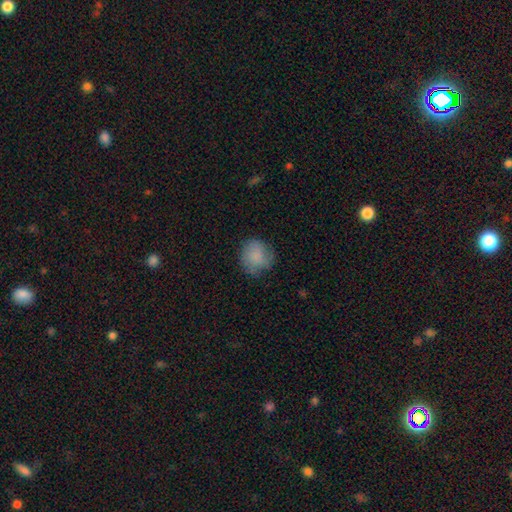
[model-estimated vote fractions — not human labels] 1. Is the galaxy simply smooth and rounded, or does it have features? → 81% smooth, 11% featured or disk, 8% star or artifact.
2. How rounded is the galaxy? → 86% round, 13% in between, 1% cigar-shaped.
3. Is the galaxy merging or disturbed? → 71% none, 21% minor disturbance, 7% major disturbance, 1% merger.